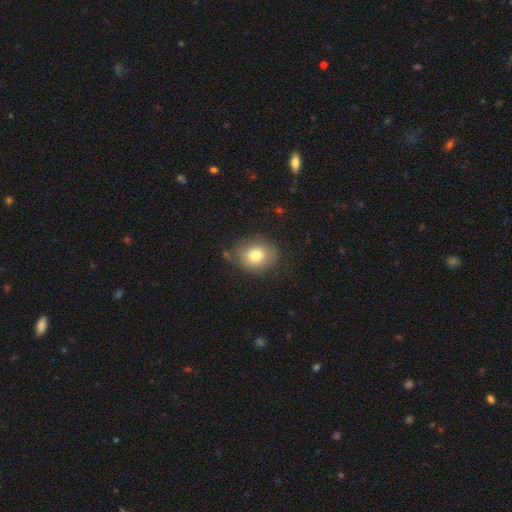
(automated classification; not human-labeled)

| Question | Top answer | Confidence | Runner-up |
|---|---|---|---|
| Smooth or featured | smooth | 76% | featured or disk (14%) |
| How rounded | round | 53% | in between (46%) |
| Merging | none | 73% | minor disturbance (19%) |